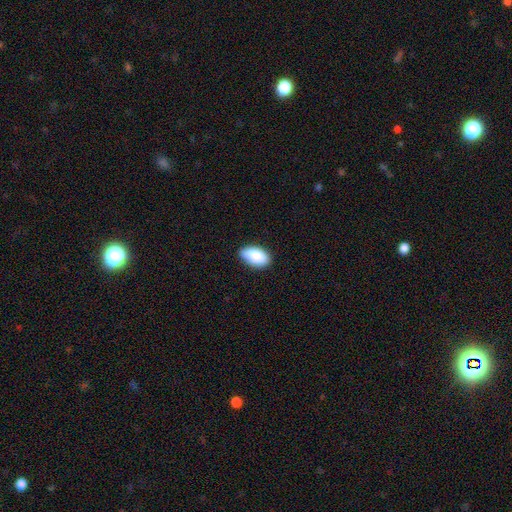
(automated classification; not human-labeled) This appears to be a smooth galaxy with no disk features (89%) that is in between round and cigar-shaped (94%). Merging: none (83%).